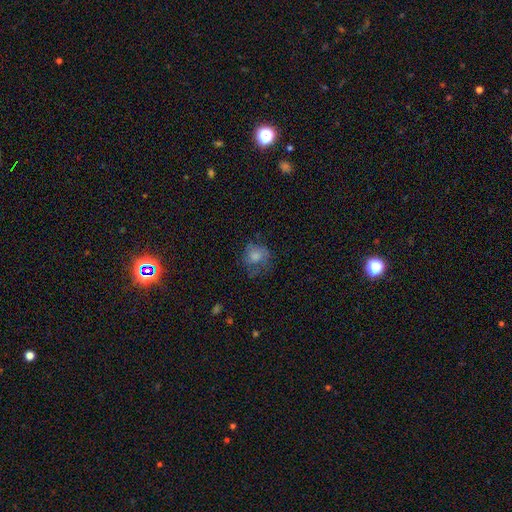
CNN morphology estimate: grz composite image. It shows a smooth galaxy with no disk features (65%) that is round (73%). Merging: none (45%).